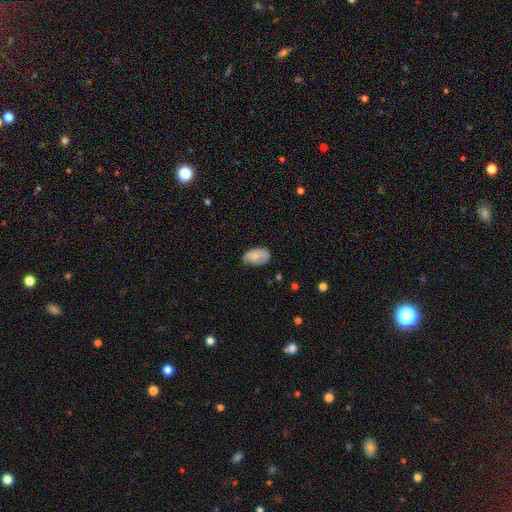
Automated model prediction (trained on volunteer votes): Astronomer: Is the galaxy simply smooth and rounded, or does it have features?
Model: smooth — 62%.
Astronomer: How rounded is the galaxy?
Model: in between — 91%.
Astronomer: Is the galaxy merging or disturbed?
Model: none — 65%.